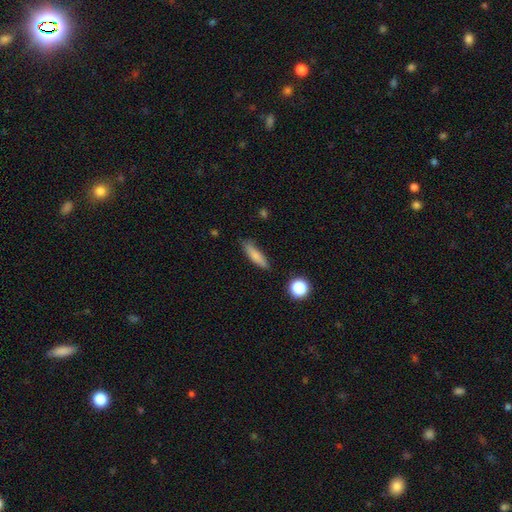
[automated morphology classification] Q: Smooth or featured?
A: smooth (79%); runner-up: featured or disk (13%)
Q: How rounded?
A: cigar-shaped (69%); runner-up: in between (29%)
Q: Merging?
A: none (81%); runner-up: minor disturbance (14%)